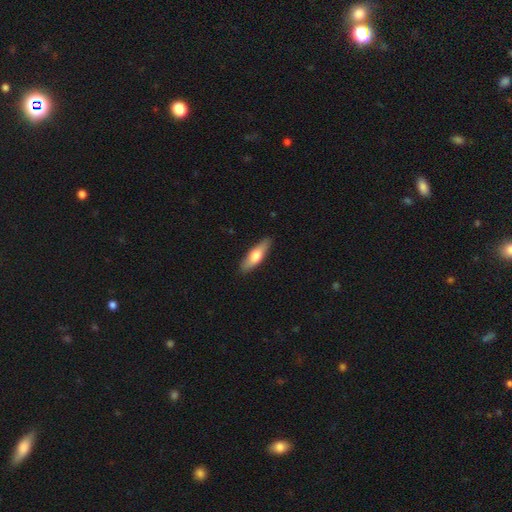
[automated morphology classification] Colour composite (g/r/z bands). It shows a smooth galaxy with no disk features (61%) that is cigar-shaped (56%). Merging: none (88%).